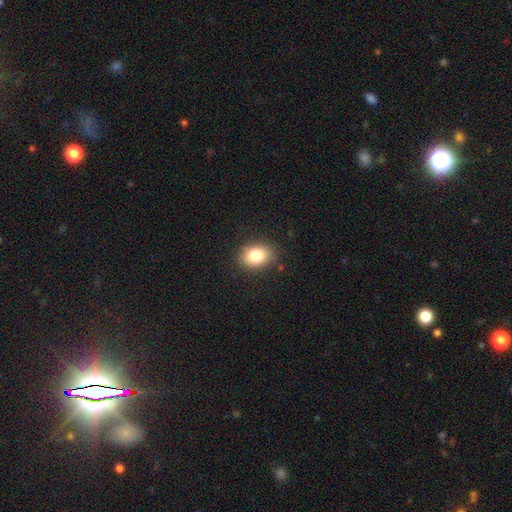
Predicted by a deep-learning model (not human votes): Morphology: type=smooth (82%); roundness=in between (71%); merging=none (84%).